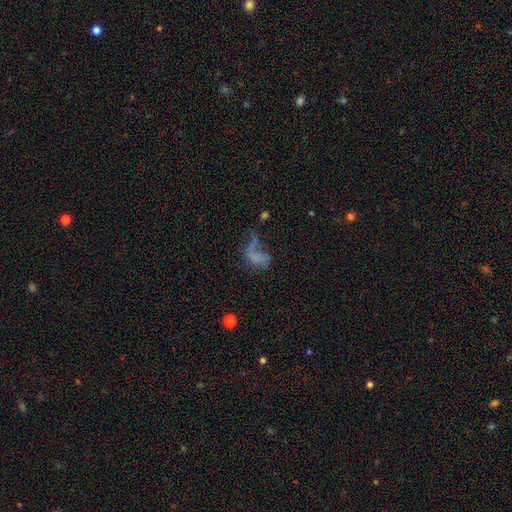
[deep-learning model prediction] Smooth or featured? smooth (48%)
Merging? major disturbance (44%)